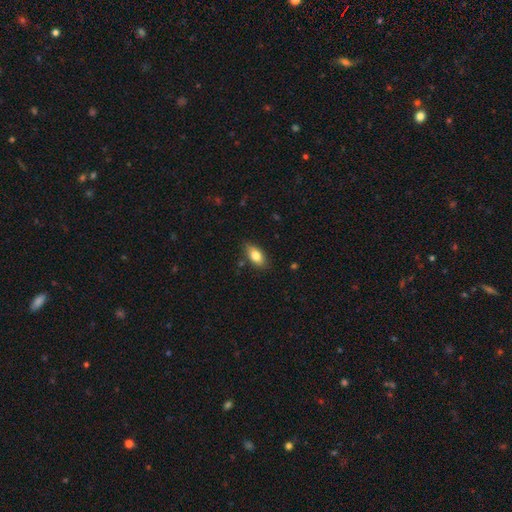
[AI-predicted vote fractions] This is clearly a smooth galaxy (81%). How rounded: clearly in between (87%). Merging: clearly none (83%).